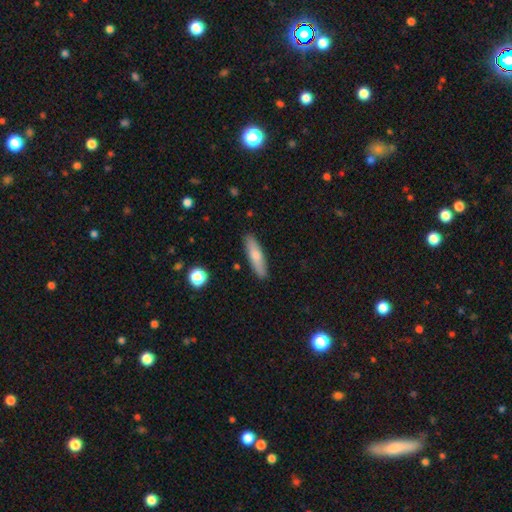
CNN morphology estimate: This is likely a smooth galaxy (71%). How rounded: likely cigar-shaped (70%). Merging: clearly none (88%).